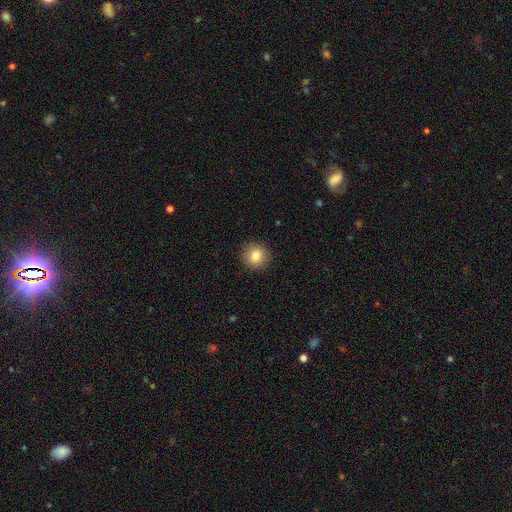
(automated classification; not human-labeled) Smooth or featured: smooth — 84% (star or artifact — 9%)
How rounded: round — 89% (in between — 10%)
Merging: none — 90% (minor disturbance — 7%)